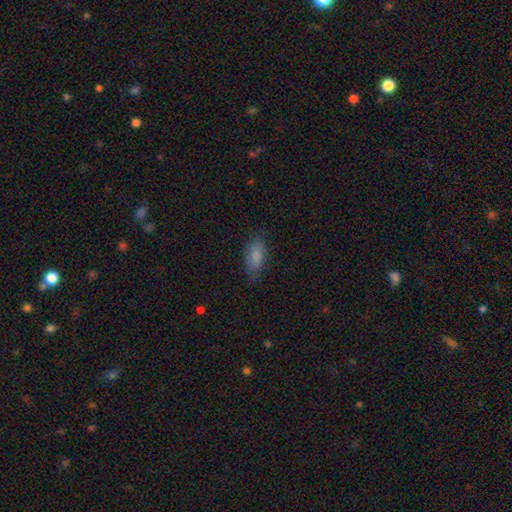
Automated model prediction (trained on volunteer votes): Smooth or featured?
  - smooth: 85% *
  - star or artifact: 8%
  - featured or disk: 8%
How rounded?
  - in between: 85% *
  - cigar-shaped: 12%
  - round: 3%
Merging?
  - none: 78% *
  - minor disturbance: 17%
  - major disturbance: 4%
  - merger: 1%